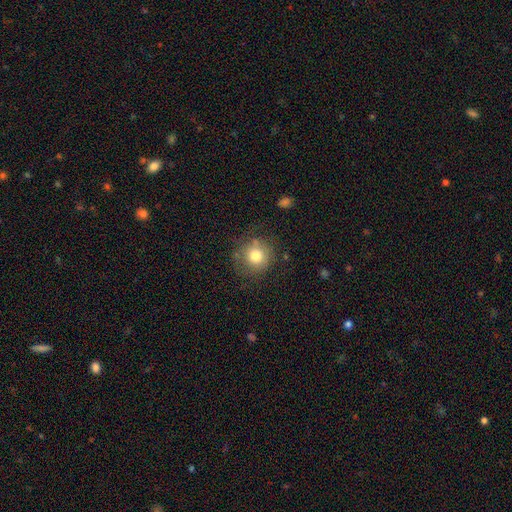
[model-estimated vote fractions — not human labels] The model was most divided on "merging": none: 74%, minor disturbance: 16%, major disturbance: 6%, merger: 3%. More confident: how rounded — round (91%); smooth or featured — smooth (77%).